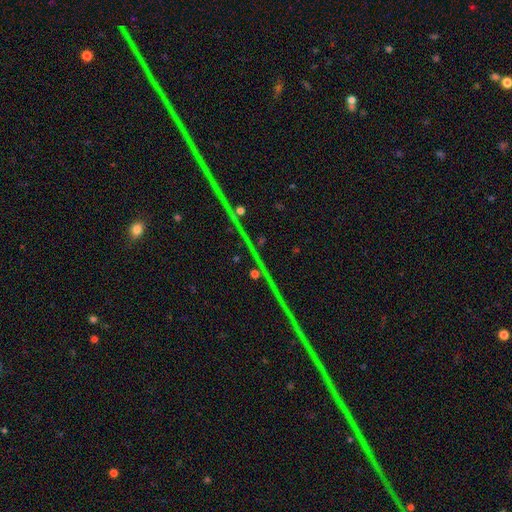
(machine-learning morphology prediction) smooth_or_featured: star or artifact (p=0.87) [alt: featured or disk p=0.08]